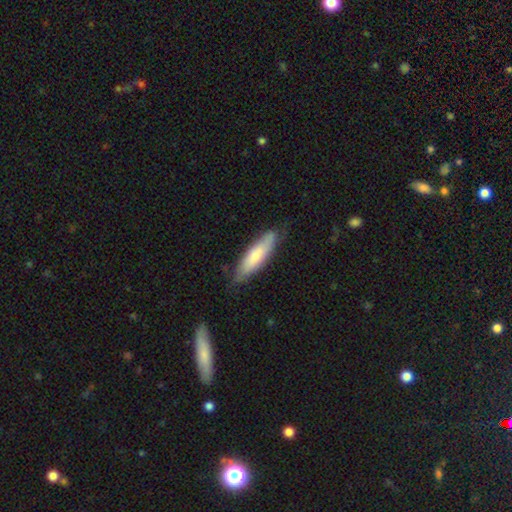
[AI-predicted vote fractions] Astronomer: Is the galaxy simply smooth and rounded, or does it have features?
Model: smooth — 68%.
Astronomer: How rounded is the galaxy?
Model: cigar-shaped — 63%.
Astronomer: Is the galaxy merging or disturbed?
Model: none — 74%.